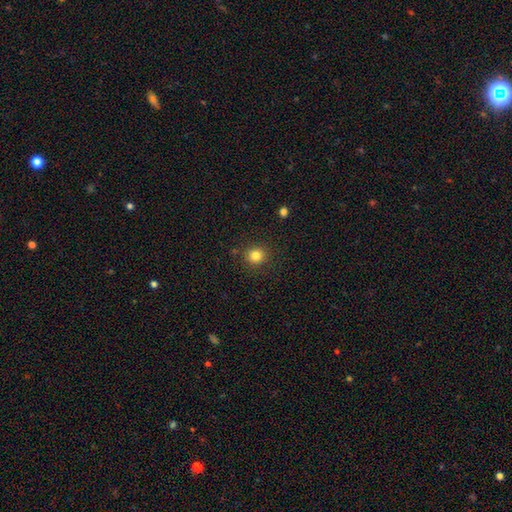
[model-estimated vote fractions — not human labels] Smooth or featured? smooth (83%)
How rounded? round (89%)
Merging? none (88%)